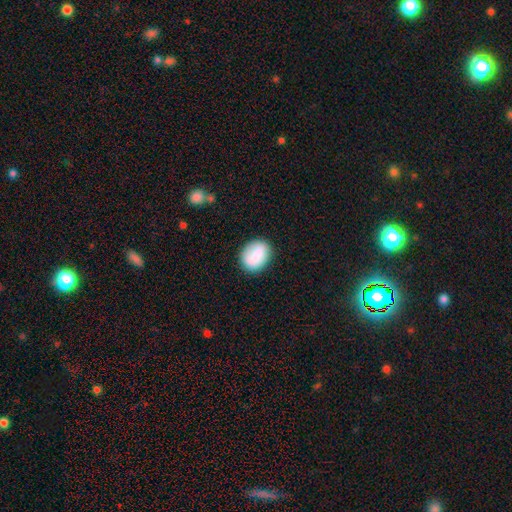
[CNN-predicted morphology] A smooth galaxy with no disk features (80%) that is in between round and cigar-shaped (53%). Merging: none (80%).